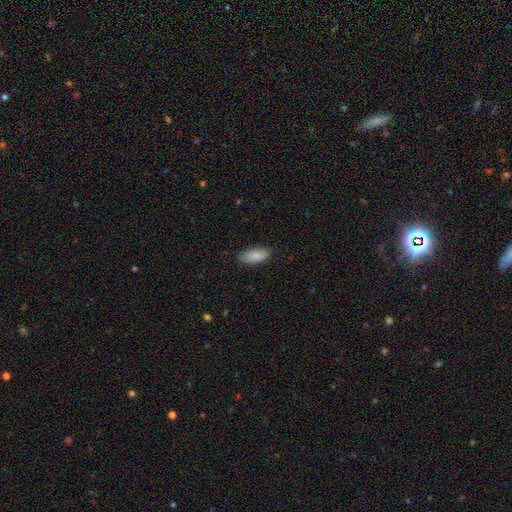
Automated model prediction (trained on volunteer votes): Overall: smooth (88%). How rounded: in between (84%). Merging: none (83%).